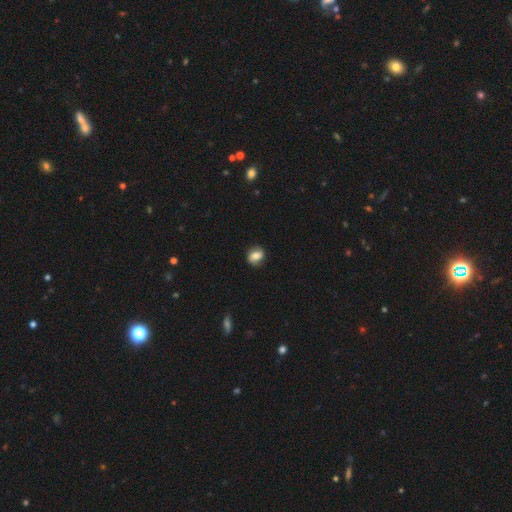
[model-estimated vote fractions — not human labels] Overall: smooth (61%; featured or disk 30%). How rounded: round (51%; in between 47%). Merging: none (82%).